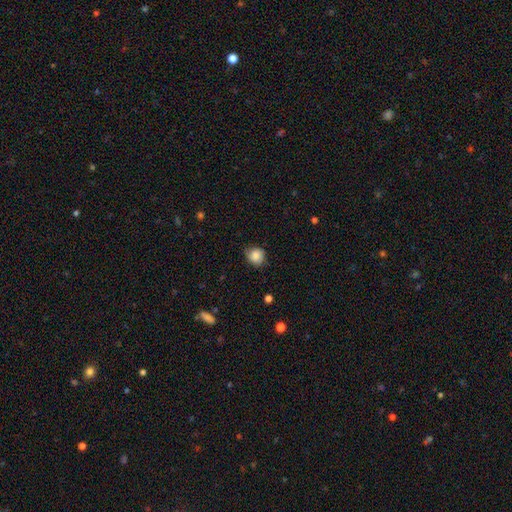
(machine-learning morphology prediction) Smooth or featured?
  - smooth: 83% *
  - star or artifact: 9%
  - featured or disk: 7%
How rounded?
  - round: 83% *
  - in between: 16%
  - cigar-shaped: 1%
Merging?
  - none: 74% *
  - minor disturbance: 21%
  - major disturbance: 4%
  - merger: 1%